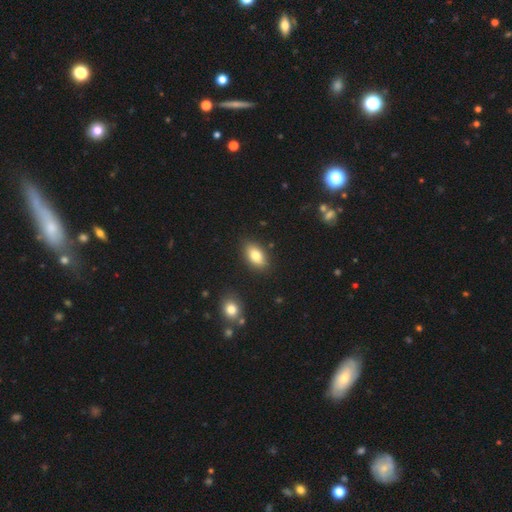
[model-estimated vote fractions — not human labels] Smooth or featured? Predicted: smooth (p=0.80). How rounded? Predicted: in between (p=0.90). Merging? Predicted: none (p=0.86).